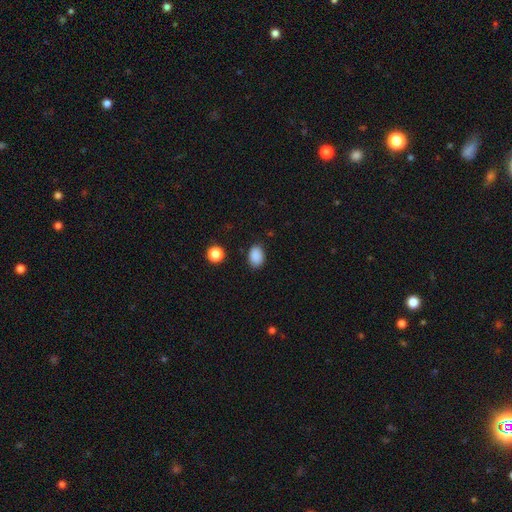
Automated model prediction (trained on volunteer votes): smooth 88%, star or artifact 9%, featured or disk 3%. Down the decision tree: how rounded — in between (80%); merging — none (86%).